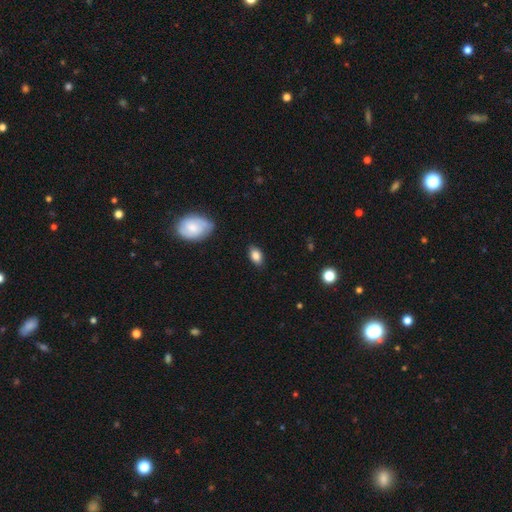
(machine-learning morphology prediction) type=smooth (85%); roundness=in between (88%); merging=none (84%).